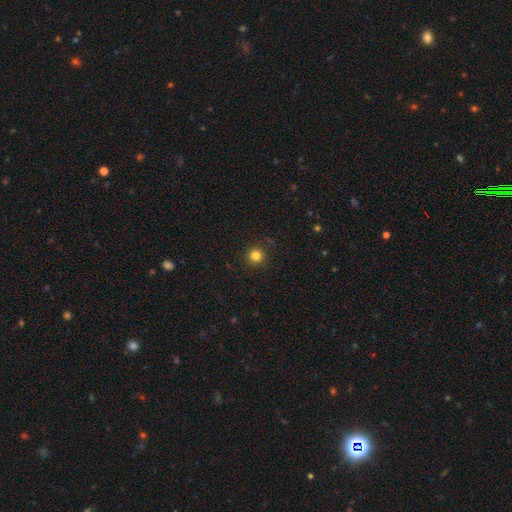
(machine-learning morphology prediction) Smooth or featured?
  - smooth: 82% *
  - star or artifact: 13%
  - featured or disk: 5%
How rounded?
  - round: 95% *
  - in between: 4%
  - cigar-shaped: 1%
Merging?
  - none: 91% *
  - minor disturbance: 6%
  - major disturbance: 2%
  - merger: 1%